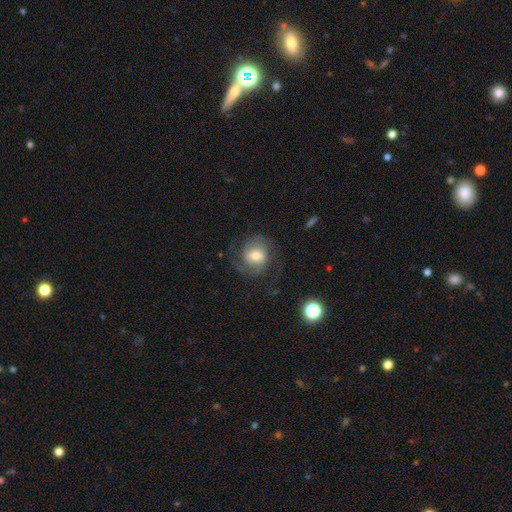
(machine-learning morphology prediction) Overall: featured or disk (72%). Edge-on disk: no (98%). Bar: no (50%; weak 39%). Spiral arms: yes (92%). Spiral arm count: 2 (78%). Spiral winding: medium (47%; tight 31%). Bulge size: moderate (62%; small 22%). Merging: none (69%).